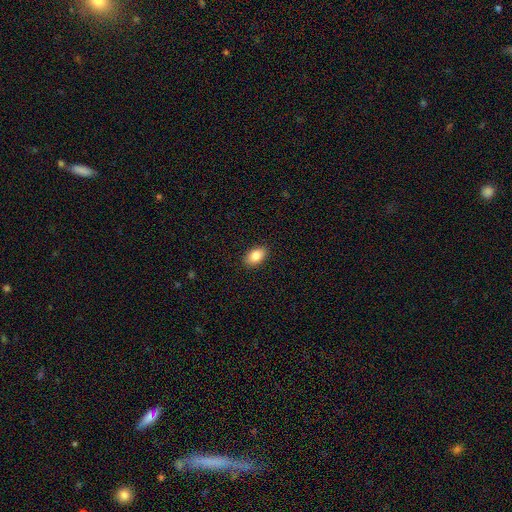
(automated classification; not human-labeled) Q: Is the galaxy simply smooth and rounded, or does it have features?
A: smooth — 85%.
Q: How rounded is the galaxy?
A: in between — 89%.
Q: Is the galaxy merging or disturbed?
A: none — 89%.